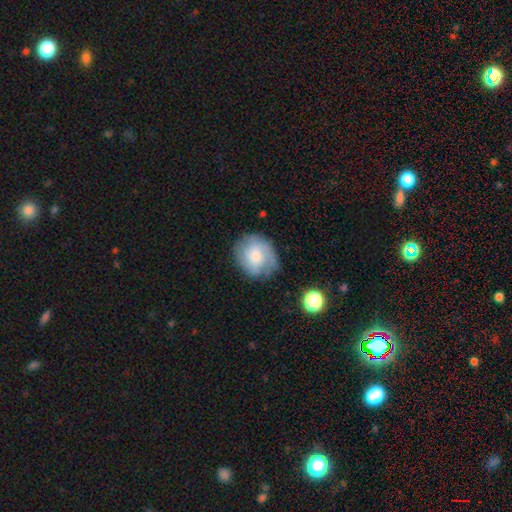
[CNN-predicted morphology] Smooth or featured? smooth (48%)
Merging? none (68%)